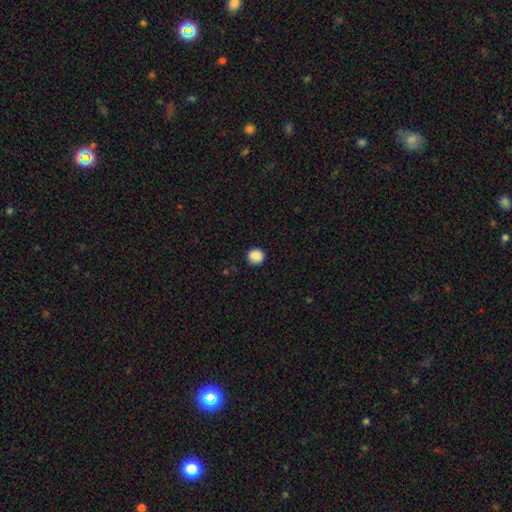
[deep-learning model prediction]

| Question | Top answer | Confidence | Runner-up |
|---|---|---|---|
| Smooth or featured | smooth | 88% | star or artifact (9%) |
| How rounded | round | 87% | in between (12%) |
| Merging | none | 85% | minor disturbance (11%) |